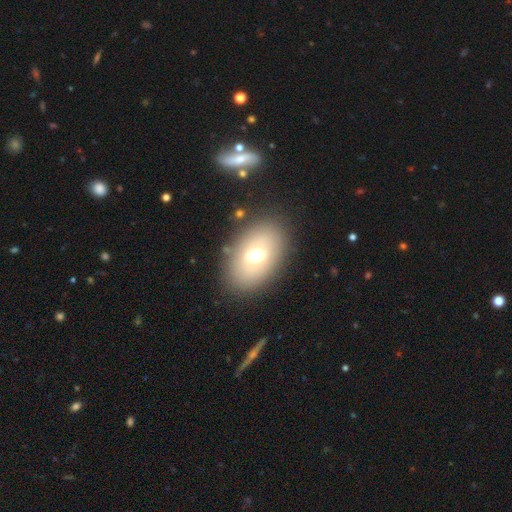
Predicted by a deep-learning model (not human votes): Q: Smooth or featured?
A: smooth (61%); runner-up: featured or disk (25%)
Q: How rounded?
A: in between (78%); runner-up: round (21%)
Q: Merging?
A: none (84%); runner-up: minor disturbance (9%)